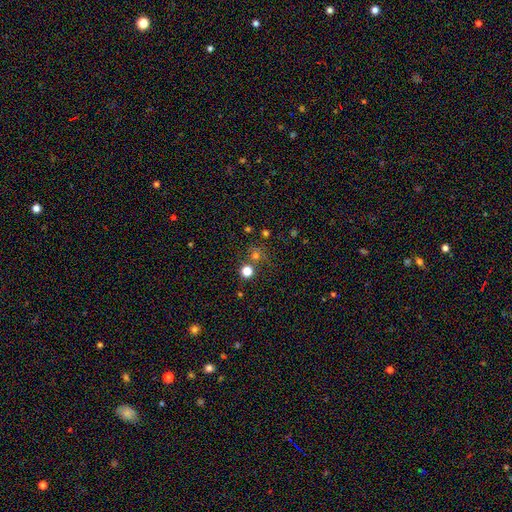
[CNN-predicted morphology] A smooth galaxy with no disk features (56%) that is round (90%).

Vote fractions:
- Smooth or featured? smooth: 56% / star or artifact: 35% / featured or disk: 10%
- How rounded? round: 90% / in between: 9% / cigar-shaped: 1%
- Merging? none: 69% / merger: 16% / minor disturbance: 9% / major disturbance: 6%